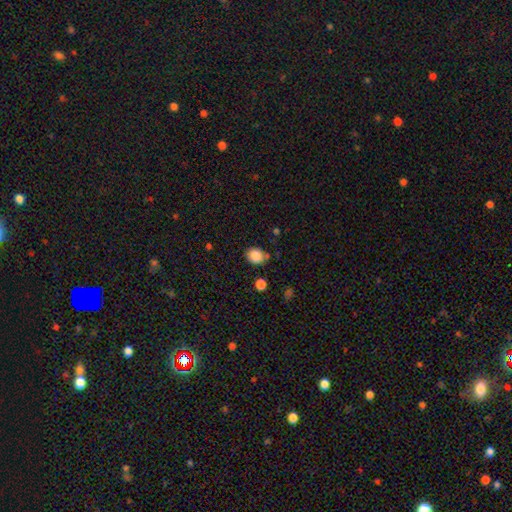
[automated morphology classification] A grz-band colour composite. It shows a smooth galaxy with no disk features (86%) that is round (56%). Merging: none (70%).